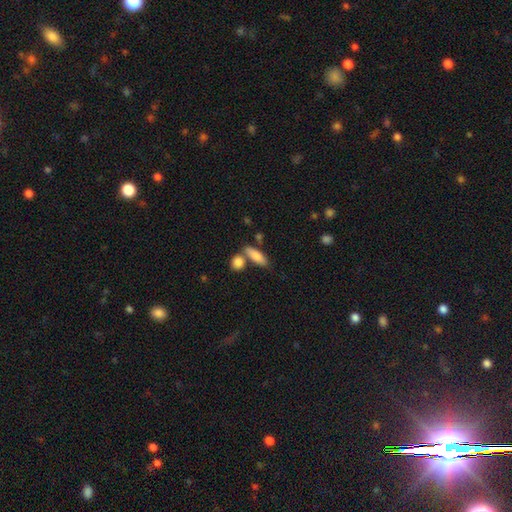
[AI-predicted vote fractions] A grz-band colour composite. It shows a smooth galaxy with no disk features (82%) that is in between round and cigar-shaped (63%). Merging: none (62%).